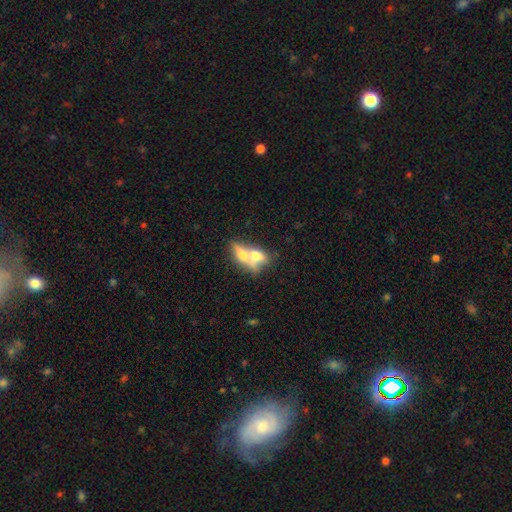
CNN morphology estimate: A smooth galaxy with no disk features (56%) that is in between round and cigar-shaped (67%).

Vote fractions:
- Smooth or featured? smooth: 56% / featured or disk: 37% / star or artifact: 7%
- How rounded? in between: 67% / cigar-shaped: 19% / round: 14%
- Merging? merger: 72% / none: 17% / minor disturbance: 6% / major disturbance: 5%